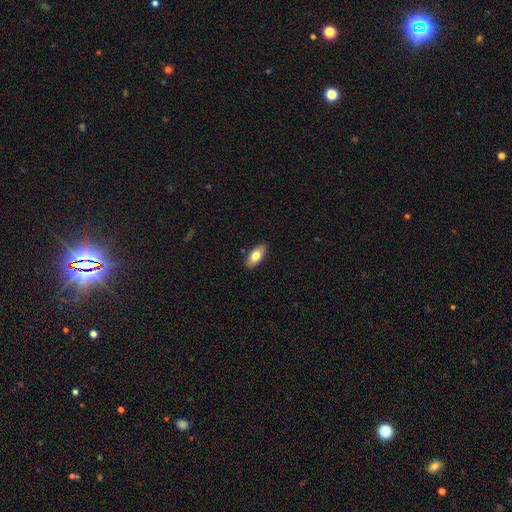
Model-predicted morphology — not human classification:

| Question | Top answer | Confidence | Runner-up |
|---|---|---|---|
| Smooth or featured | smooth | 77% | featured or disk (17%) |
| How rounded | in between | 91% | cigar-shaped (6%) |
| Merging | none | 88% | minor disturbance (9%) |